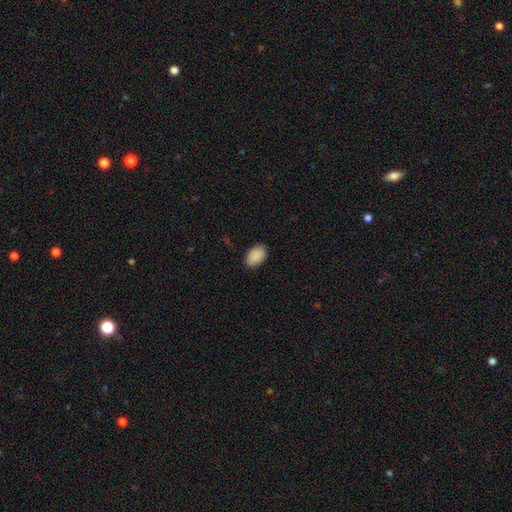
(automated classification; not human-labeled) Smooth or featured: smooth — 90% (star or artifact — 6%)
How rounded: in between — 90% (round — 9%)
Merging: none — 85% (minor disturbance — 12%)